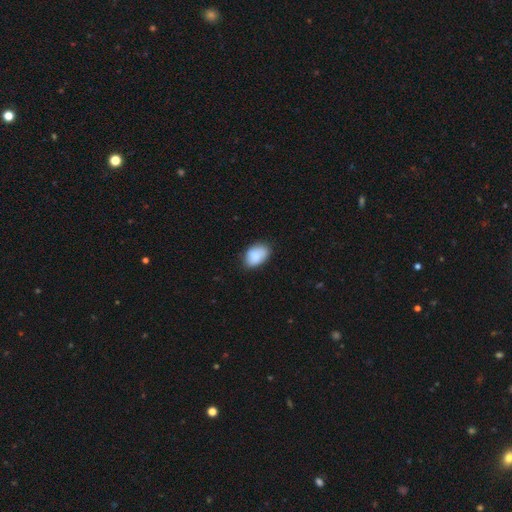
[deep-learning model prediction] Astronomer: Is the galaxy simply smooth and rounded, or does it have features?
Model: smooth — 87%.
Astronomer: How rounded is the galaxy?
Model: in between — 87%.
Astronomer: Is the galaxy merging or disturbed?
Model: none — 75%.